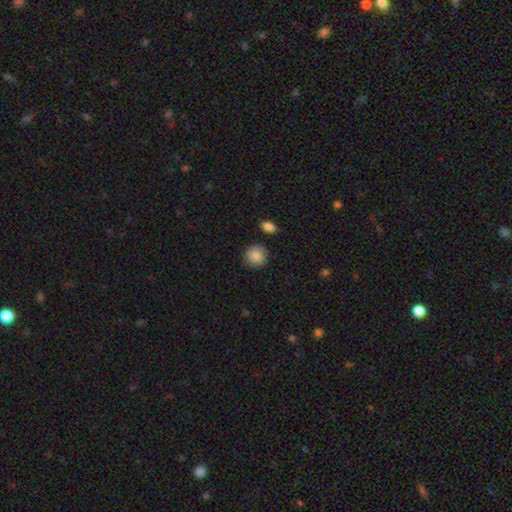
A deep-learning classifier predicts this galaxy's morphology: Smooth or featured?
  - smooth: 87% *
  - star or artifact: 8%
  - featured or disk: 6%
How rounded?
  - round: 88% *
  - in between: 11%
  - cigar-shaped: 1%
Merging?
  - none: 87% *
  - minor disturbance: 8%
  - merger: 2%
  - major disturbance: 2%